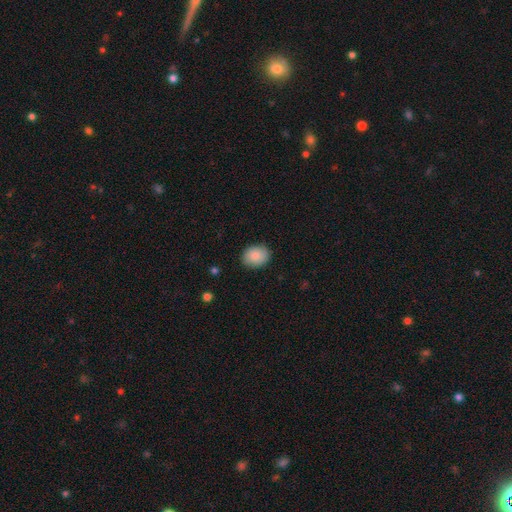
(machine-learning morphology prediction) A smooth galaxy with no disk features (87%) that is in between round and cigar-shaped (54%).

Vote fractions:
- Smooth or featured? smooth: 87% / star or artifact: 7% / featured or disk: 6%
- How rounded? in between: 54% / round: 45% / cigar-shaped: 1%
- Merging? none: 87% / minor disturbance: 10% / major disturbance: 2% / merger: 1%